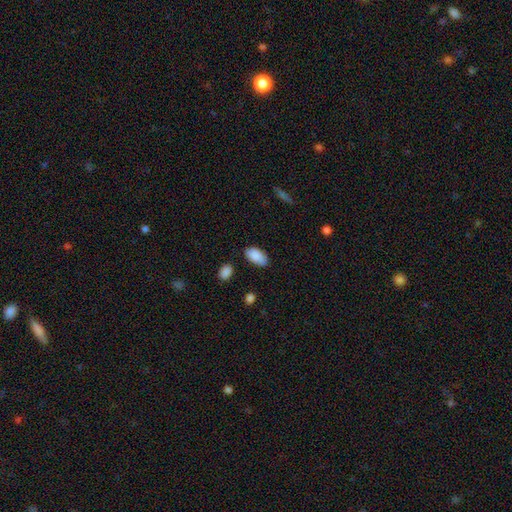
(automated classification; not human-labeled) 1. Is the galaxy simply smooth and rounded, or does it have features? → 89% smooth, 7% star or artifact, 5% featured or disk.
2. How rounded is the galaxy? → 95% in between, 3% round, 2% cigar-shaped.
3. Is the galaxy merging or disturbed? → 78% none, 16% minor disturbance, 3% major disturbance, 3% merger.